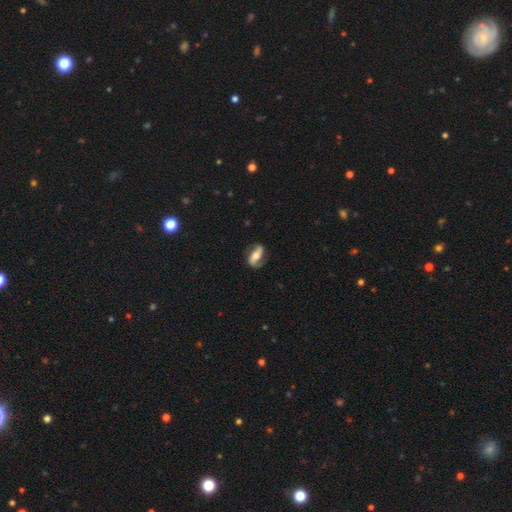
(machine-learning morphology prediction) Smooth or featured?
  - featured or disk: 67% *
  - smooth: 27%
  - star or artifact: 6%
Edge-on disk?
  - no: 91% *
  - yes: 9%
Bar?
  - strong: 41% *
  - no: 33%
  - weak: 26%
Spiral arms?
  - yes: 87% *
  - no: 13%
Spiral winding?
  - loose: 46% *
  - medium: 35%
  - tight: 19%
Spiral arm count?
  - 2: 84% *
  - 1: 8%
  - can't tell: 5%
  - 3: 1%
  - 4: 1%
  - more than 4: 1%
Bulge size?
  - moderate: 58% *
  - small: 22%
  - large: 15%
  - none: 3%
  - dominant: 2%
Merging?
  - none: 71% *
  - minor disturbance: 19%
  - major disturbance: 9%
  - merger: 2%